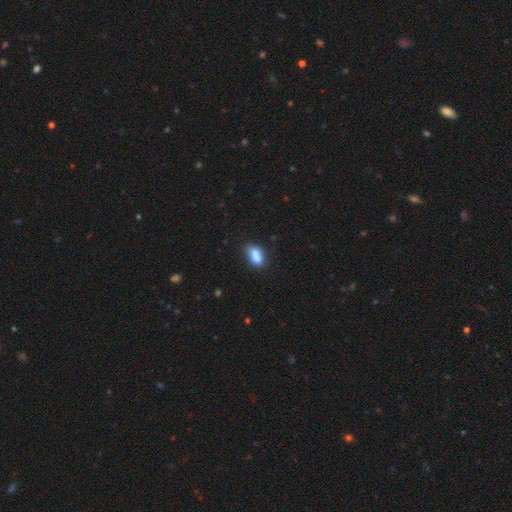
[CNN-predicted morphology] smooth-or-featured: smooth: 83% | star or artifact: 9% | featured or disk: 8%
  how-rounded: in between: 85% | round: 9% | cigar-shaped: 6%
  merging: none: 58% | minor disturbance: 23% | merger: 13% | major disturbance: 6%